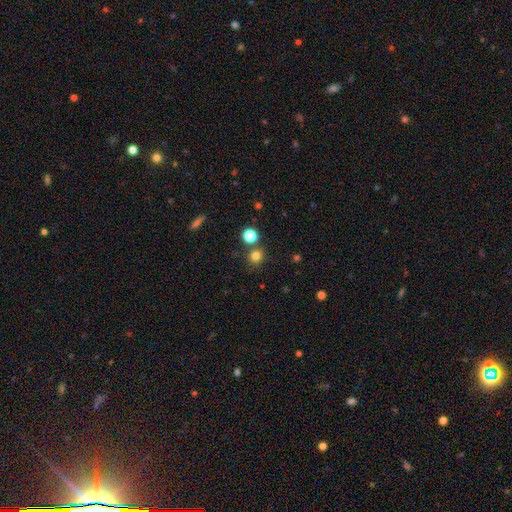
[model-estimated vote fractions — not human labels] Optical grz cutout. It shows a smooth galaxy with no disk features (78%) that is round (90%). Merging: none (77%).